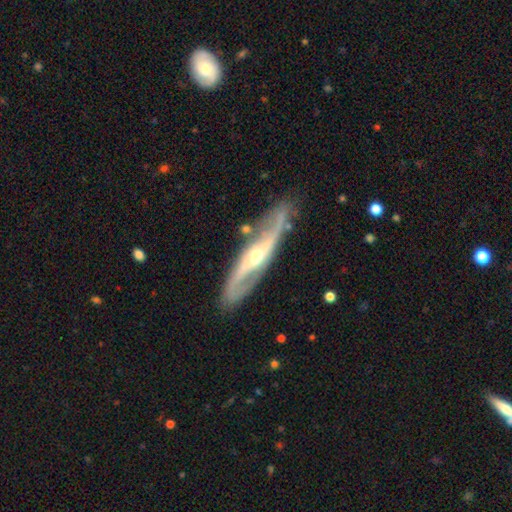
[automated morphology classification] This is clearly a featured or disk galaxy (86%). It is likely not viewed edge-on (73%). Bar: possibly no (45%). Spiral arm pattern: clearly yes (92%). Spiral arm count: clearly 2 (88%). Spiral winding: marginally medium (42%). Central bulge: possibly moderate (55%). Merging: likely none (79%).